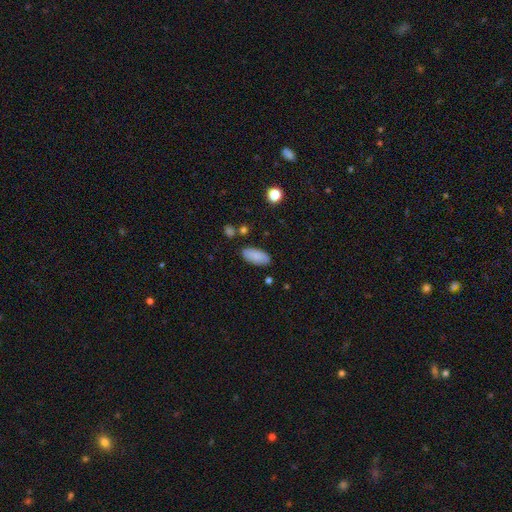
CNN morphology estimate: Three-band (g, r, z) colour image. It shows a smooth galaxy with no disk features (82%) that is in between round and cigar-shaped (92%). Merging: none (83%).